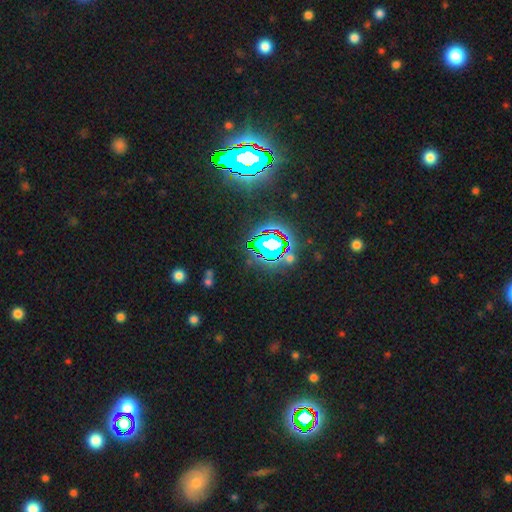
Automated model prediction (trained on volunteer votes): Smooth or featured: star or artifact — 83% (smooth — 10%)